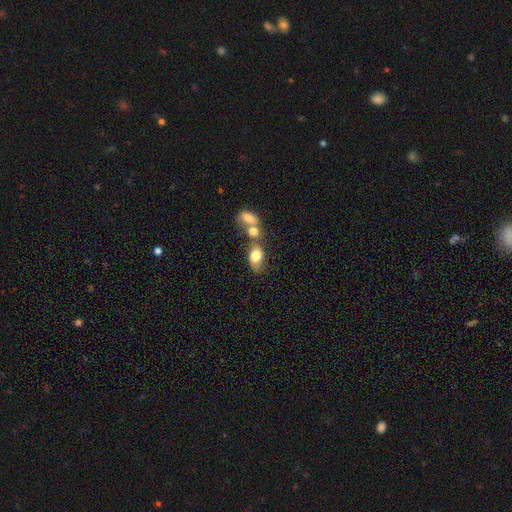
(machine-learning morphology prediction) smooth-or-featured: smooth: 74% | featured or disk: 17% | star or artifact: 8%
  how-rounded: in between: 82% | round: 15% | cigar-shaped: 3%
  merging: merger: 46% | none: 35% | minor disturbance: 12% | major disturbance: 7%